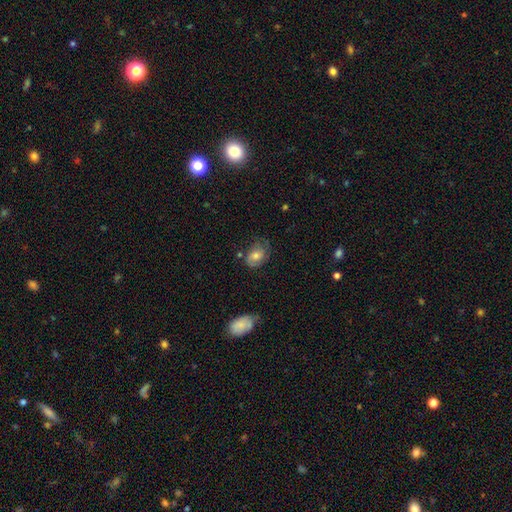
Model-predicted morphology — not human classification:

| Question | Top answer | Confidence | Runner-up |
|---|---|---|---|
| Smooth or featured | smooth | 50% | featured or disk (40%) |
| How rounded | in between | 71% | round (27%) |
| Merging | none | 55% | minor disturbance (28%) |